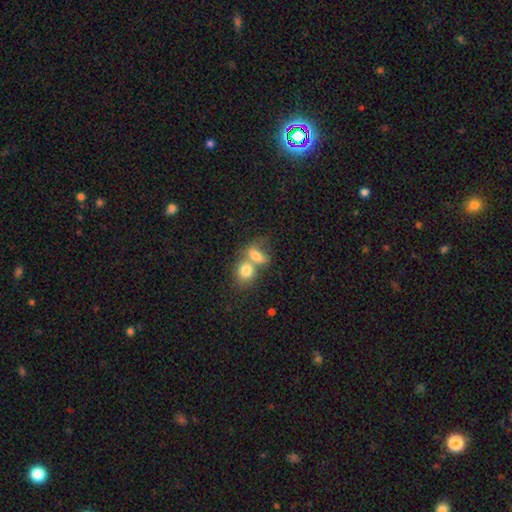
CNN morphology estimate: This is likely a smooth galaxy (74%). How rounded: likely in between (68%). Merging: likely merger (68%).